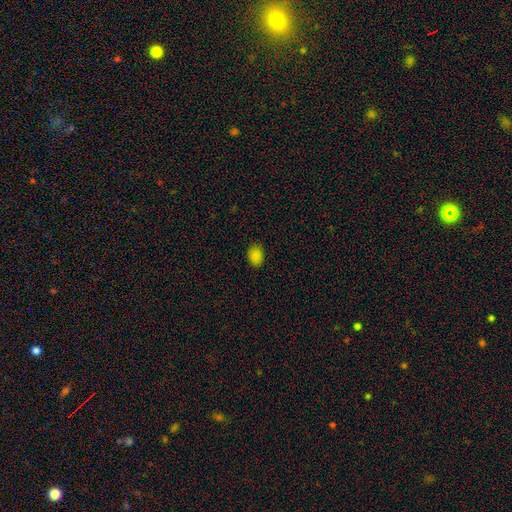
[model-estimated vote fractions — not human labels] Smooth or featured? Predicted: smooth (p=0.84). How rounded? Predicted: in between (p=0.63). Merging? Predicted: none (p=0.84).